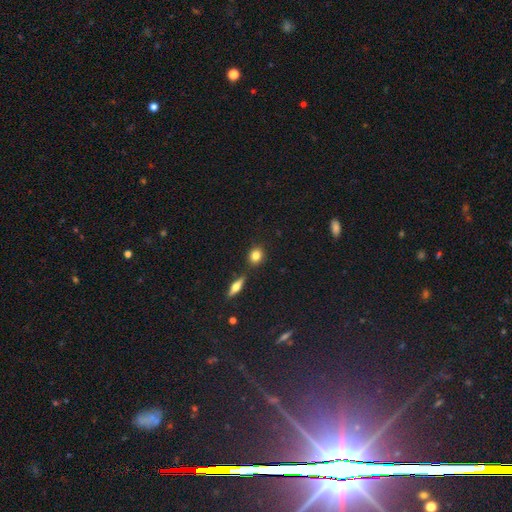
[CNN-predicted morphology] smooth 81%, featured or disk 10%, star or artifact 10%. Down the decision tree: how rounded — round (72%); merging — none (82%).